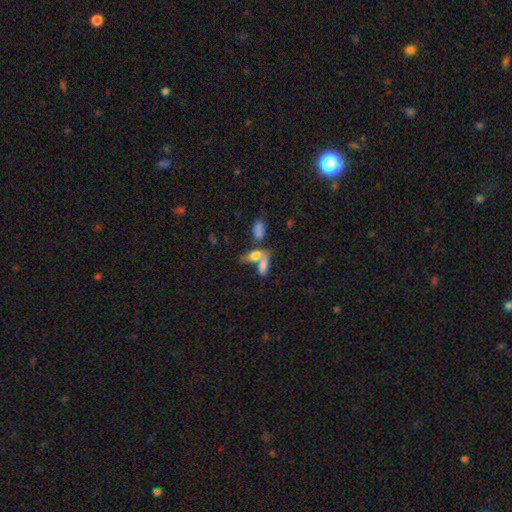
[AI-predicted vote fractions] Q: Smooth or featured?
A: smooth (72%); runner-up: featured or disk (18%)
Q: How rounded?
A: in between (75%); runner-up: cigar-shaped (20%)
Q: Merging?
A: merger (54%); runner-up: none (29%)